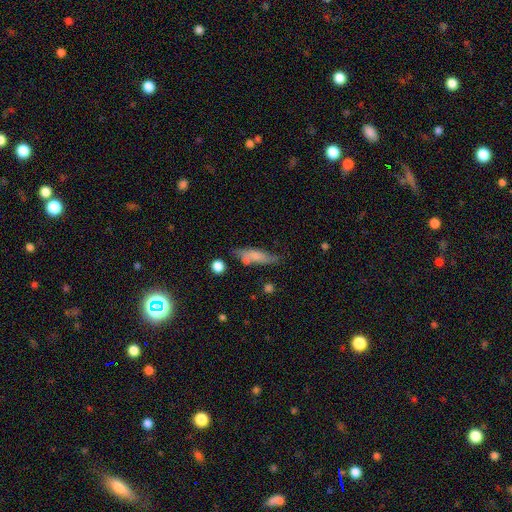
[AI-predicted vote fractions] smooth 69%, featured or disk 23%, star or artifact 7%. Down the decision tree: how rounded — cigar-shaped (56%); merging — none (58%).